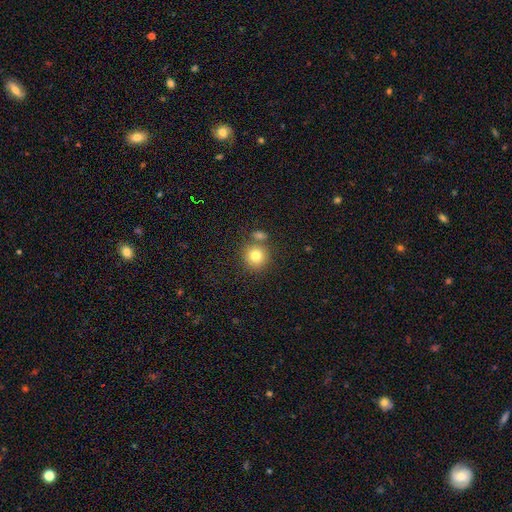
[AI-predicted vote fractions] Smooth or featured: smooth — 79% (star or artifact — 11%)
How rounded: round — 90% (in between — 9%)
Merging: none — 70% (merger — 17%)